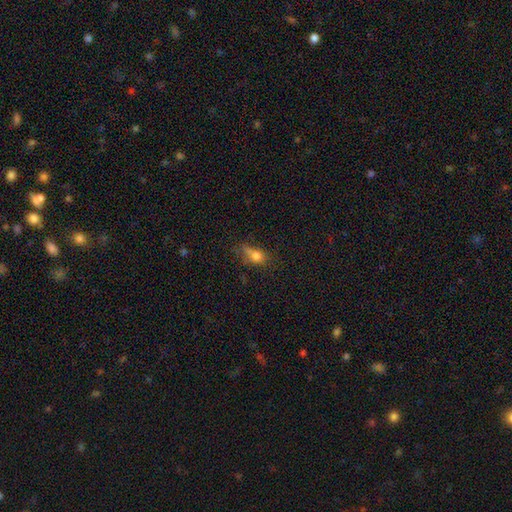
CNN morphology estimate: This is likely a smooth galaxy (72%). How rounded: possibly in between (52%). Merging: marginally none (41%).